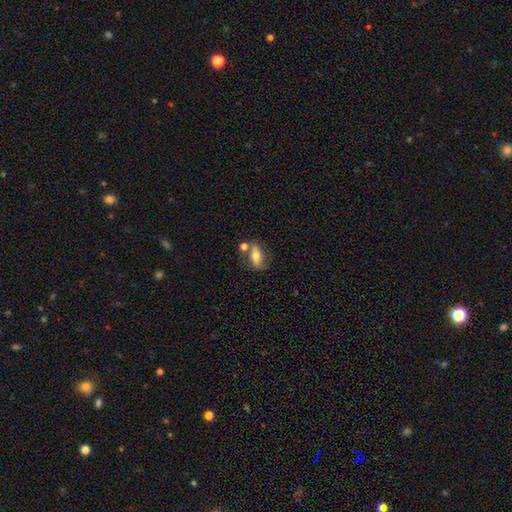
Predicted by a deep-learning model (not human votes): smooth 58%, featured or disk 34%, star or artifact 8%. Down the decision tree: how rounded — in between (78%); merging — none (53%).